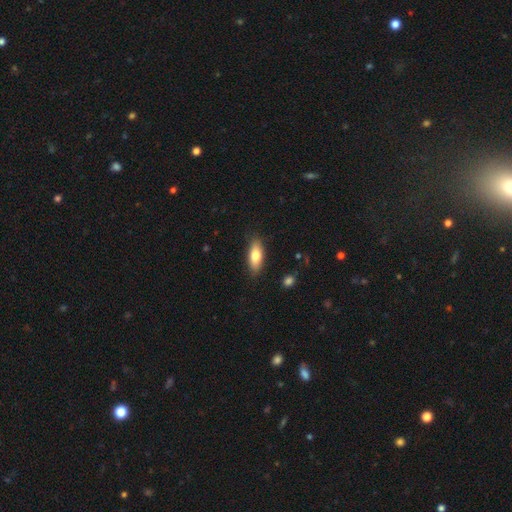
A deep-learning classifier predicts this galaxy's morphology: A smooth galaxy with no disk features (75%) that is in between round and cigar-shaped (74%).

Vote fractions:
- Smooth or featured? smooth: 75% / featured or disk: 18% / star or artifact: 6%
- How rounded? in between: 74% / cigar-shaped: 23% / round: 3%
- Merging? none: 86% / minor disturbance: 11% / major disturbance: 2% / merger: 1%